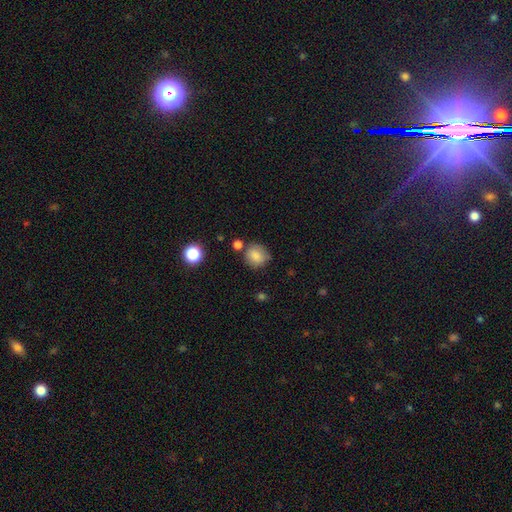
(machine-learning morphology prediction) smooth 83%, star or artifact 10%, featured or disk 7%. Down the decision tree: how rounded — round (85%); merging — none (75%).